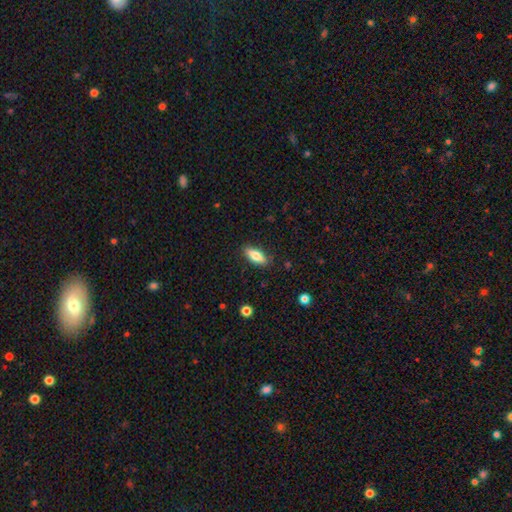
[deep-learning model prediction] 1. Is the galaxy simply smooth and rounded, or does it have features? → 77% smooth, 17% featured or disk, 7% star or artifact.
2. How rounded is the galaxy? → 70% in between, 28% cigar-shaped, 2% round.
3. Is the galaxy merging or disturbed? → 86% none, 10% minor disturbance, 2% major disturbance, 1% merger.